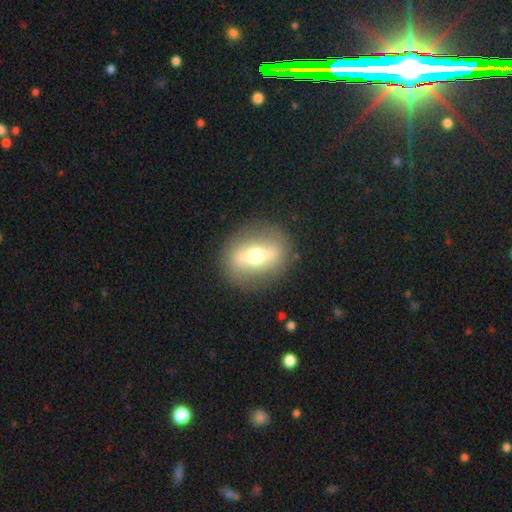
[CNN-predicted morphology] type=featured or disk (60%); edge-on=no (68%); merging=none (85%).